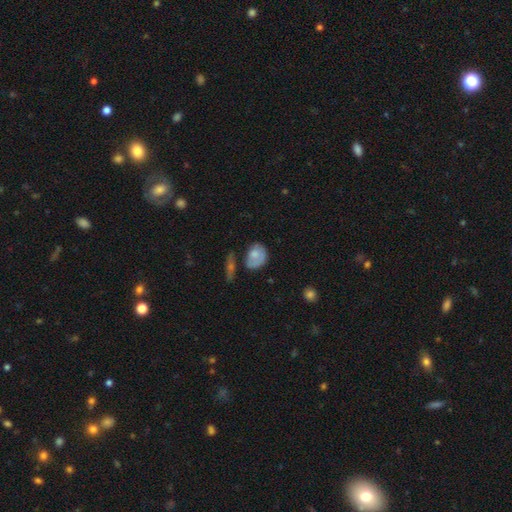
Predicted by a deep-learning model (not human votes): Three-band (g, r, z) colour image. It shows a smooth galaxy with no disk features (65%) that is in between round and cigar-shaped (62%). Merging: none (43%).